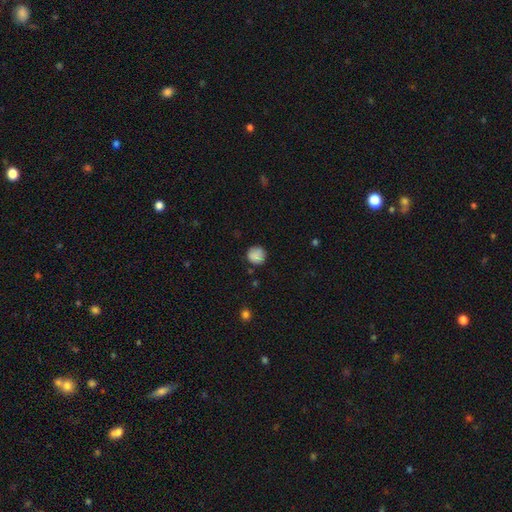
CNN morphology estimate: smooth-or-featured: smooth: 85% | star or artifact: 9% | featured or disk: 6%
  how-rounded: round: 91% | in between: 8% | cigar-shaped: 1%
  merging: none: 78% | minor disturbance: 16% | major disturbance: 3% | merger: 2%